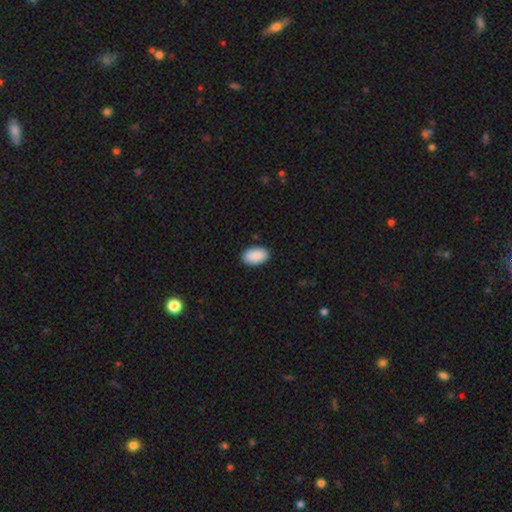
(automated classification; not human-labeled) Smooth or featured: smooth — 91% (star or artifact — 6%)
How rounded: in between — 94% (round — 4%)
Merging: none — 89% (minor disturbance — 8%)